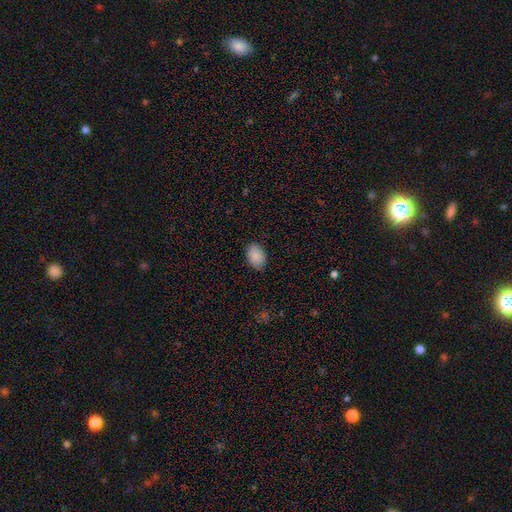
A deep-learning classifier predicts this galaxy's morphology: A smooth galaxy with no disk features (88%) that is in between round and cigar-shaped (85%). Merging: none (85%).